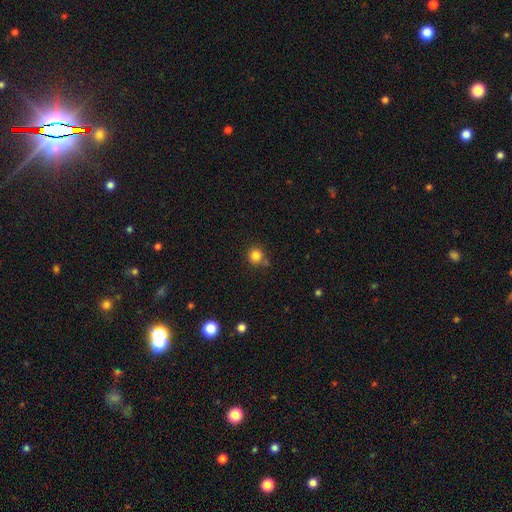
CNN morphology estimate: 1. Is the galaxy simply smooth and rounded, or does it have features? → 83% smooth, 12% star or artifact, 5% featured or disk.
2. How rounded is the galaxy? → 92% round, 7% in between, 1% cigar-shaped.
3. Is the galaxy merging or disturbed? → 74% none, 12% minor disturbance, 10% merger, 4% major disturbance.